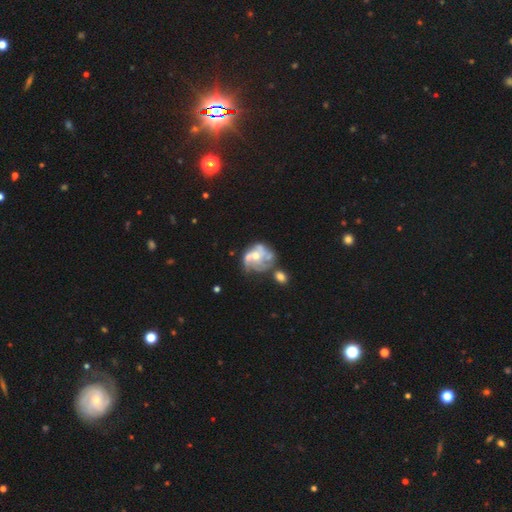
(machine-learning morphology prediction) A featured or disk galaxy (72%) with no bar (81%), spiral arms (57%) and a moderate central bulge (54%).

Vote fractions:
- Smooth or featured? featured or disk: 72% / smooth: 20% / star or artifact: 9%
- Edge-on disk? no: 98% / yes: 2%
- Bar? no: 81% / weak: 16% / strong: 3%
- Spiral arms? yes: 57% / no: 43%
- Bulge size? moderate: 54% / small: 34% / none: 6% / large: 4% / dominant: 1%
- Merging? none: 35% / merger: 27% / major disturbance: 20% / minor disturbance: 18%